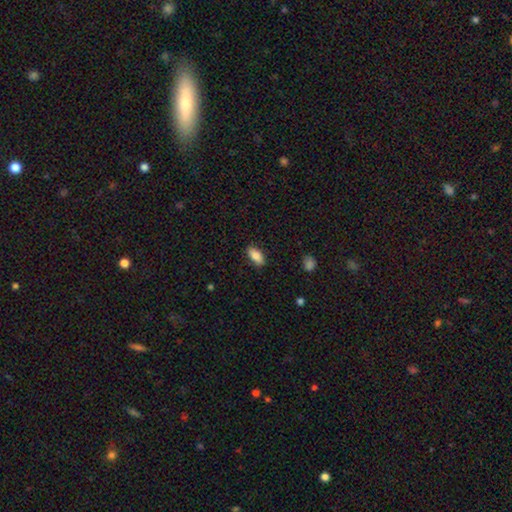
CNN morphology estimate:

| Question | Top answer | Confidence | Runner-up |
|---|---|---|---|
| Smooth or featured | smooth | 84% | featured or disk (9%) |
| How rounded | in between | 89% | cigar-shaped (9%) |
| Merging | none | 86% | minor disturbance (11%) |